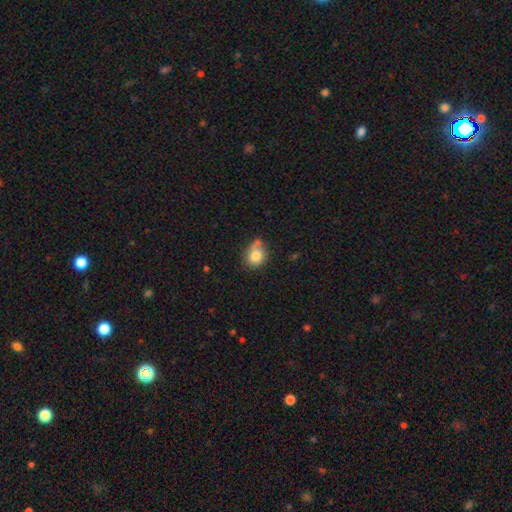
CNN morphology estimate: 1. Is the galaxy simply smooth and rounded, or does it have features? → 80% smooth, 10% featured or disk, 9% star or artifact.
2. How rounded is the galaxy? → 60% round, 39% in between, 1% cigar-shaped.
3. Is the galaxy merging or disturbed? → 51% none, 26% minor disturbance, 15% merger, 8% major disturbance.